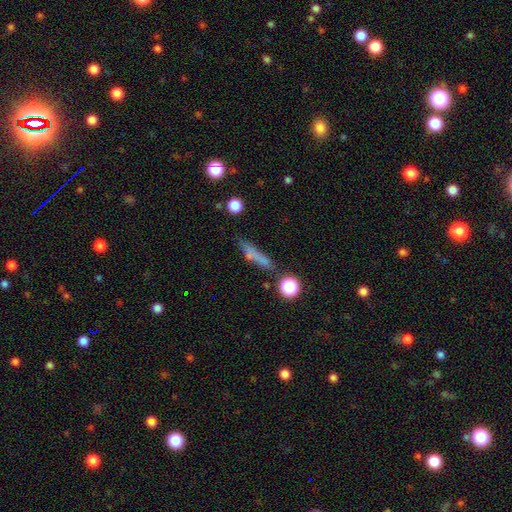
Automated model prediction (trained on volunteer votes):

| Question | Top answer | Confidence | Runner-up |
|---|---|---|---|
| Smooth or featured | smooth | 62% | featured or disk (24%) |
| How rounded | cigar-shaped | 81% | in between (13%) |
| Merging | none | 67% | minor disturbance (17%) |